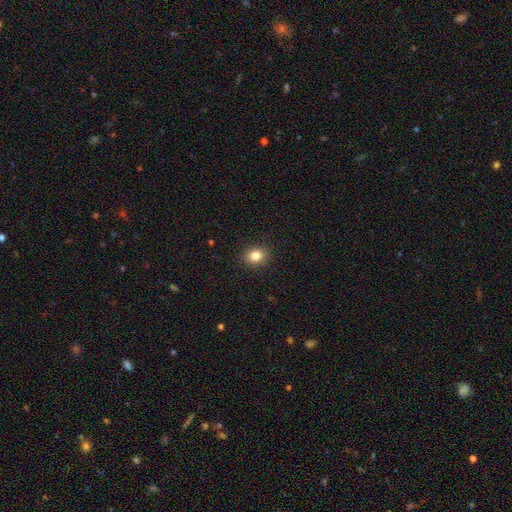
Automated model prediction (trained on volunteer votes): The model was most divided on "how rounded": round: 63%, in between: 37%, cigar-shaped: 1%. More confident: merging — none (90%); smooth or featured — smooth (83%).